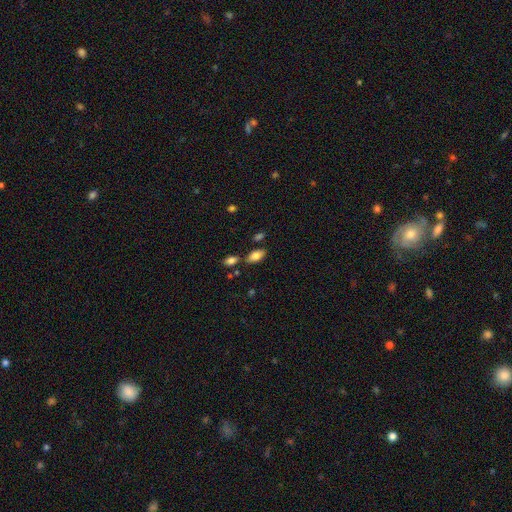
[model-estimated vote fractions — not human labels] smooth_or_featured: smooth (p=0.81) [alt: featured or disk p=0.11]
how_rounded: in between (p=0.91) [alt: cigar-shaped p=0.05]
merging: none (p=0.74) [alt: minor disturbance p=0.13]